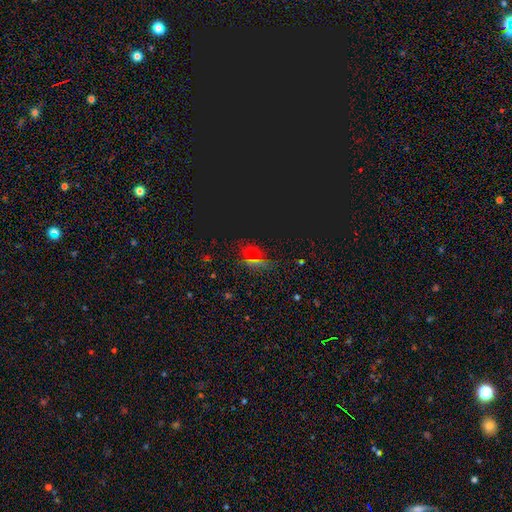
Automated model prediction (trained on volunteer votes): Overall: star or artifact (49%; smooth 41%).